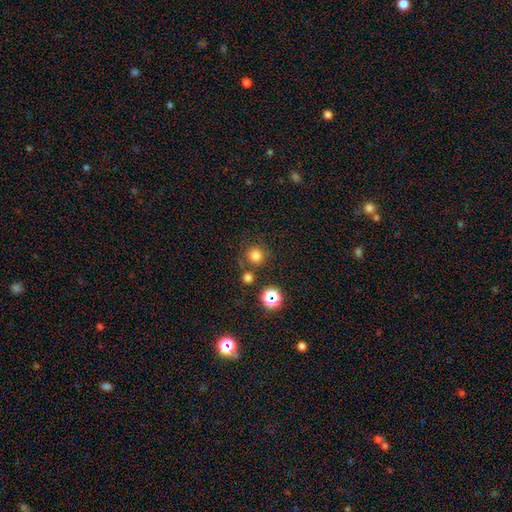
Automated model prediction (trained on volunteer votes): A smooth galaxy with no disk features (77%) that is round (93%). Merging: none (75%).